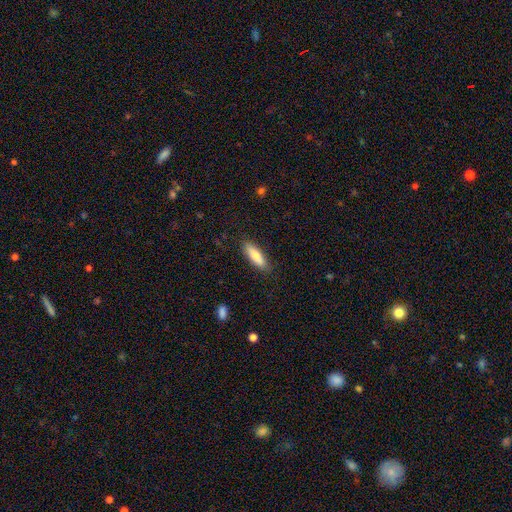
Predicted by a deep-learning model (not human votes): A smooth galaxy with no disk features (80%) that is cigar-shaped (54%). Merging: none (87%).